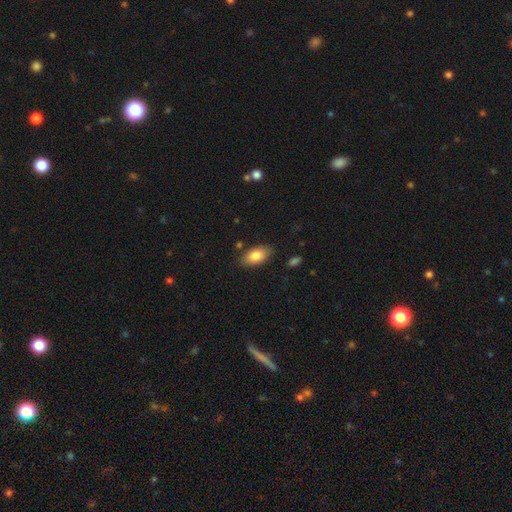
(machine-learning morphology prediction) Smooth or featured?
  - smooth: 83% *
  - featured or disk: 10%
  - star or artifact: 7%
How rounded?
  - in between: 93% *
  - round: 4%
  - cigar-shaped: 3%
Merging?
  - none: 83% *
  - minor disturbance: 12%
  - major disturbance: 3%
  - merger: 2%